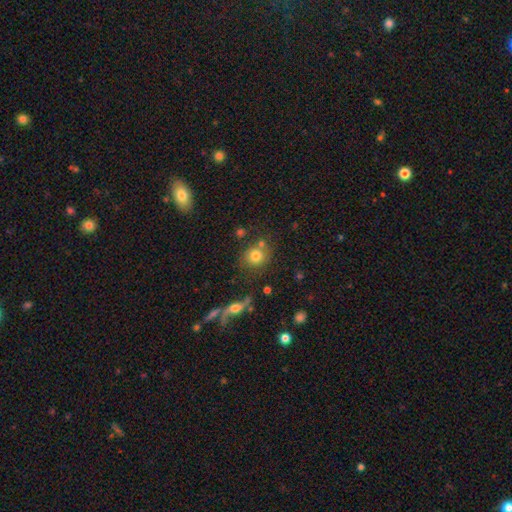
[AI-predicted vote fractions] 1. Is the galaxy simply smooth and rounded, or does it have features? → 77% smooth, 12% featured or disk, 11% star or artifact.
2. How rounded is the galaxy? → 85% round, 13% in between, 1% cigar-shaped.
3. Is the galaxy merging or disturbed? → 69% none, 14% merger, 12% minor disturbance, 5% major disturbance.